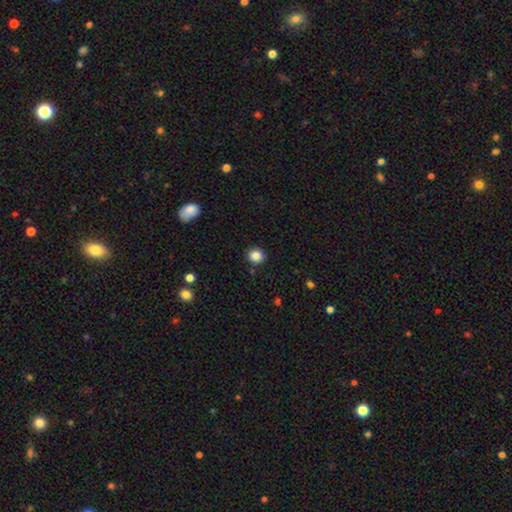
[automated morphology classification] smooth-or-featured: smooth: 85% | star or artifact: 10% | featured or disk: 5%
  how-rounded: round: 85% | in between: 14% | cigar-shaped: 1%
  merging: none: 90% | minor disturbance: 6% | major disturbance: 2% | merger: 2%